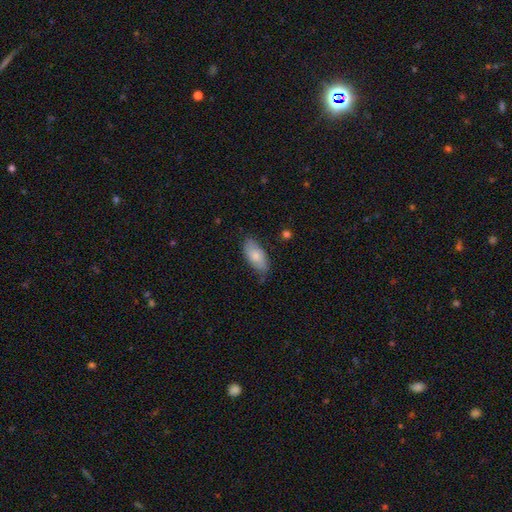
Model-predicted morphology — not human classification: smooth 79%, featured or disk 15%, star or artifact 6%. Down the decision tree: how rounded — in between (91%); merging — none (71%).